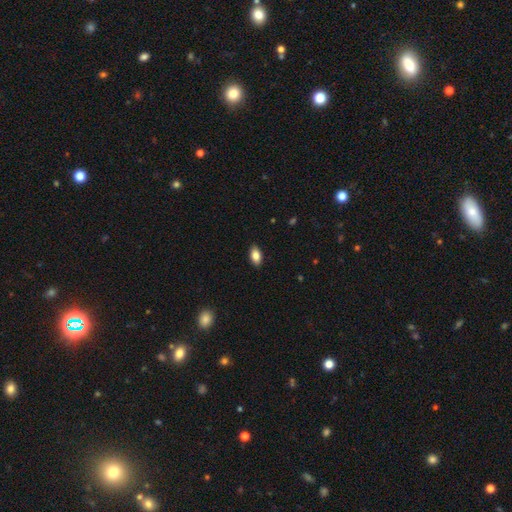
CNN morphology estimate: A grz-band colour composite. It shows a smooth galaxy with no disk features (85%) that is in between round and cigar-shaped (92%). Merging: none (89%).